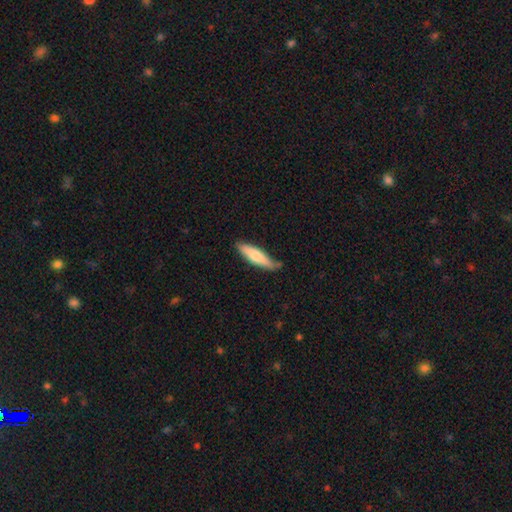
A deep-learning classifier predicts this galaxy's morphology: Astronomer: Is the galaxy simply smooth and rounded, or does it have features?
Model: smooth — 69%.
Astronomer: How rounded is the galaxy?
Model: cigar-shaped — 73%.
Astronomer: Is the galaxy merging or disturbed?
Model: none — 69%.